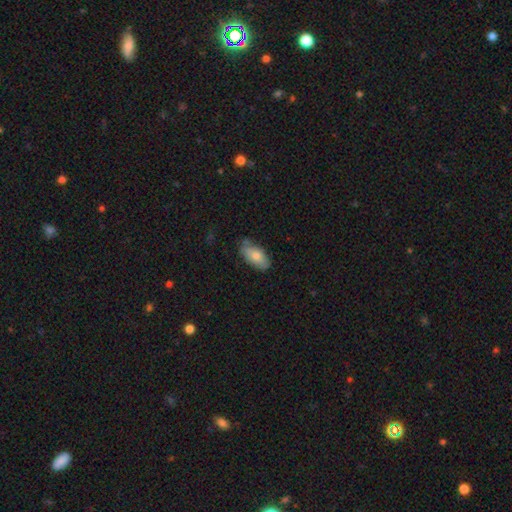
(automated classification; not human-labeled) Smooth or featured?
  - smooth: 74% *
  - featured or disk: 20%
  - star or artifact: 6%
How rounded?
  - in between: 91% *
  - cigar-shaped: 6%
  - round: 3%
Merging?
  - none: 70% *
  - minor disturbance: 23%
  - major disturbance: 4%
  - merger: 2%